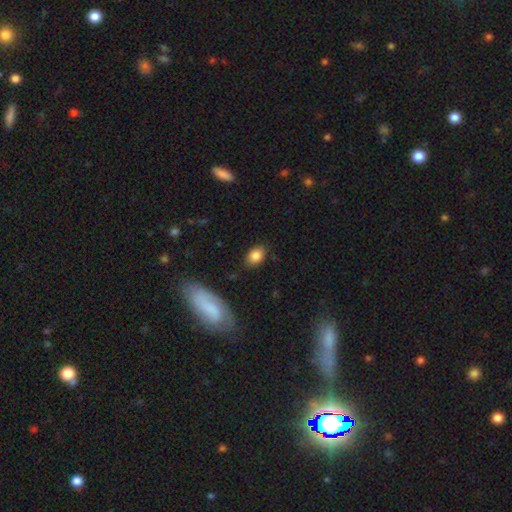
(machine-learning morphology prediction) A smooth galaxy with no disk features (85%) that is in between round and cigar-shaped (81%). Merging: none (78%).